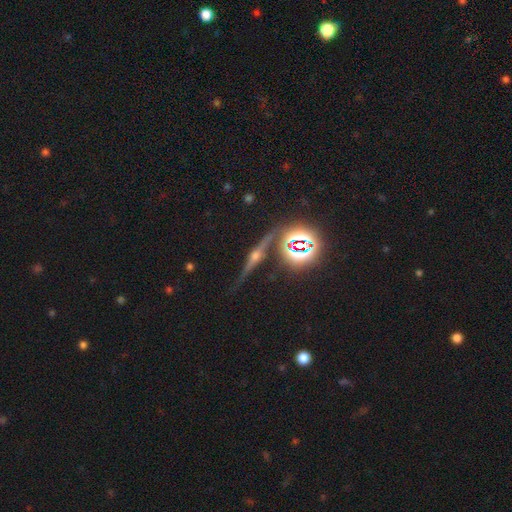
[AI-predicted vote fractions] Smooth or featured: featured or disk — 69% (star or artifact — 20%)
Edge-on disk: yes — 93% (no — 7%)
Edge-on bulge: rounded — 93% (boxy — 4%)
Merging: none — 83% (minor disturbance — 9%)